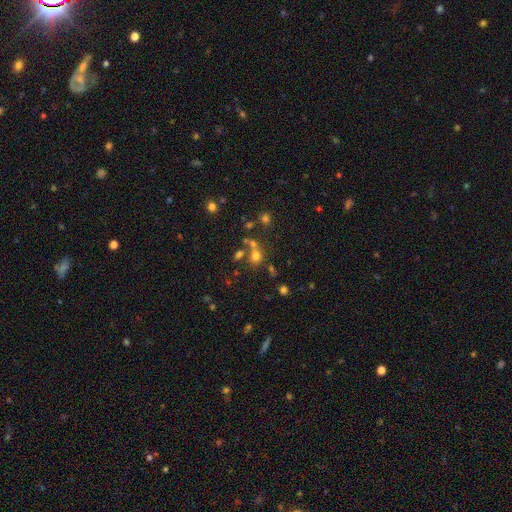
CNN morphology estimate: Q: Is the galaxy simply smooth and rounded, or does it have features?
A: smooth — 63%.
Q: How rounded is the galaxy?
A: round — 75%.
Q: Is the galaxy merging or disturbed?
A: none — 54%.